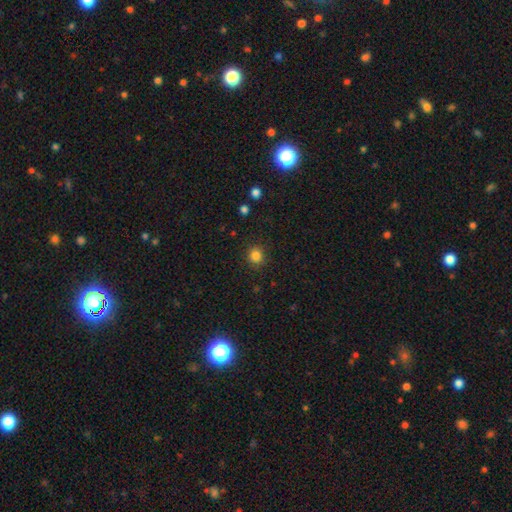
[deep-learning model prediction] This appears to be a smooth galaxy with no disk features (84%) that is round (89%). Merging: none (89%).